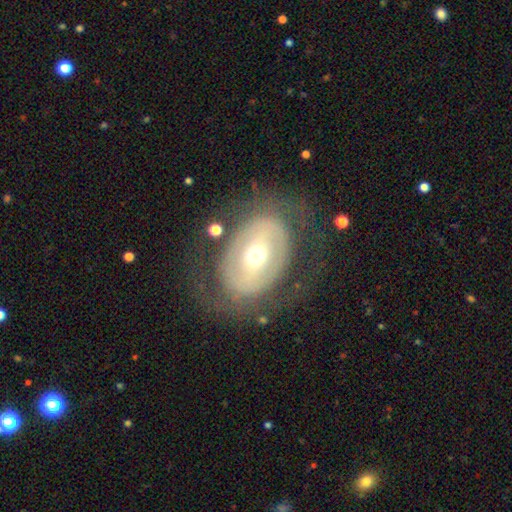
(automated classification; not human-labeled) Smooth or featured? Predicted: featured or disk (p=0.65). Edge-on disk? Predicted: no (p=0.93). Bar? Predicted: no (p=0.43). Spiral arms? Predicted: no (p=0.64). Bulge size? Predicted: moderate (p=0.62). Merging? Predicted: none (p=0.67).